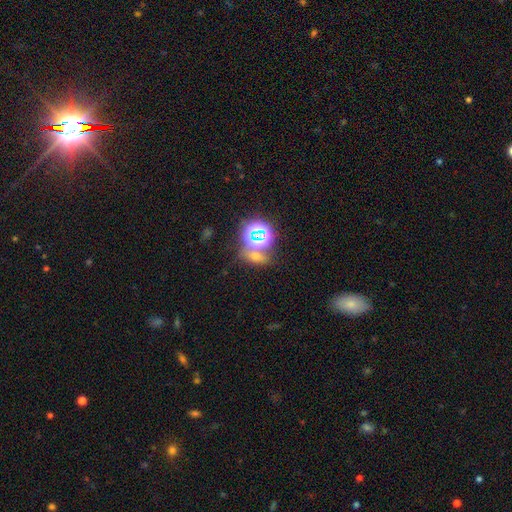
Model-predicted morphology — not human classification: star or artifact 52%, smooth 36%, featured or disk 12%.